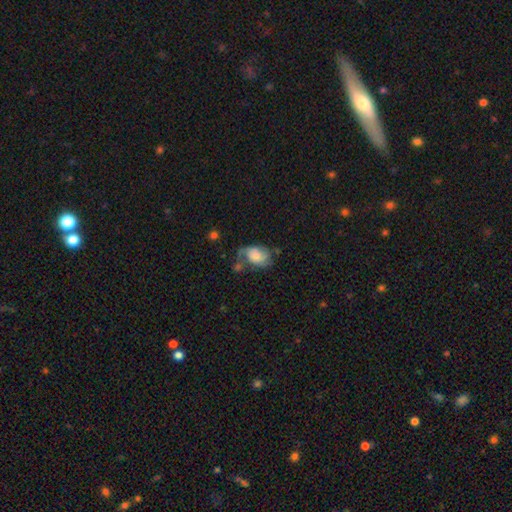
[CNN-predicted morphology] Smooth or featured? Predicted: smooth (p=0.48). Merging? Predicted: none (p=0.33).